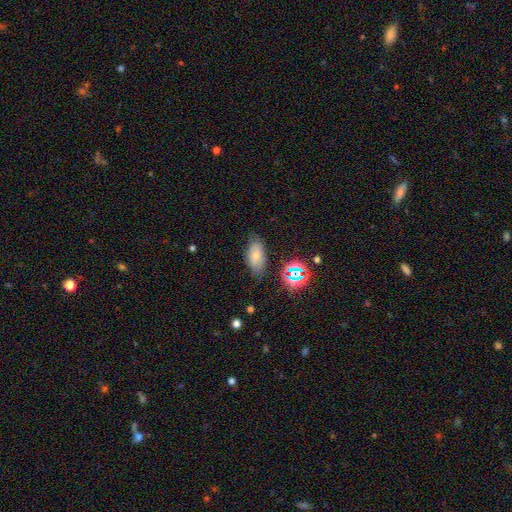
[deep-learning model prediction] A smooth galaxy with no disk features (49%).

Vote fractions:
- Smooth or featured? smooth: 49% / star or artifact: 28% / featured or disk: 22%
- Merging? none: 78% / minor disturbance: 16% / major disturbance: 4% / merger: 3%